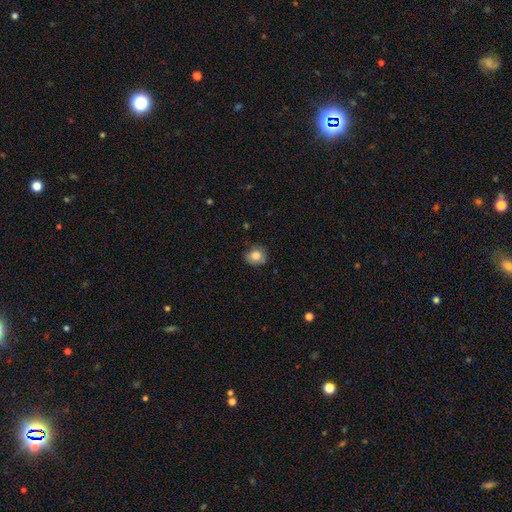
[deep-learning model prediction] A smooth galaxy with no disk features (81%) that is round (75%).

Vote fractions:
- Smooth or featured? smooth: 81% / featured or disk: 10% / star or artifact: 9%
- How rounded? round: 75% / in between: 24% / cigar-shaped: 1%
- Merging? none: 76% / minor disturbance: 19% / major disturbance: 4% / merger: 2%